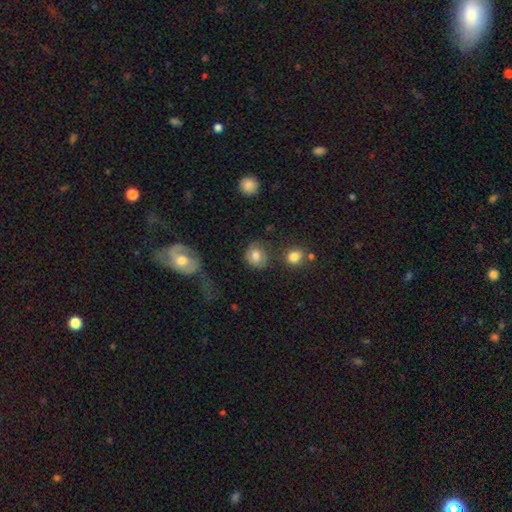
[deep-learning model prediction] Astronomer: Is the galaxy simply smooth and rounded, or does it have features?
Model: smooth — 77%.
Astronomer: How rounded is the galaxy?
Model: round — 76%.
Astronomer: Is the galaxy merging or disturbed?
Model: none — 70%.